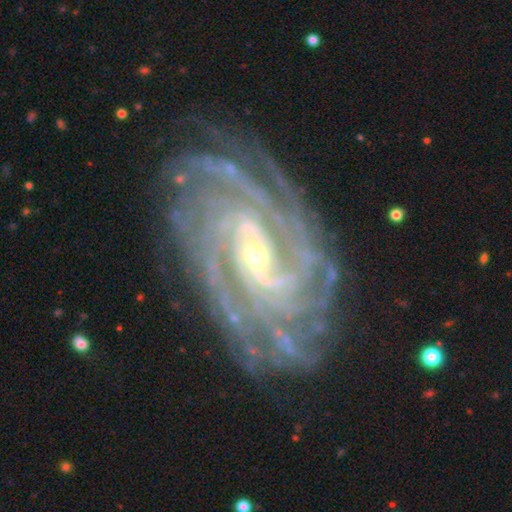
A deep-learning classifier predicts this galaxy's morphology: The model was most divided on "spiral arm count": 4: 24%, more than 4: 23%, can't tell: 19%, 3: 14%, 2: 12%, 1: 8%. Remaining: spiral arms — yes (98%); edge-on disk — no (96%); smooth or featured — featured or disk (92%); merging — none (81%); spiral winding — tight (74%); bulge size — small (68%); bar — weak (41%).